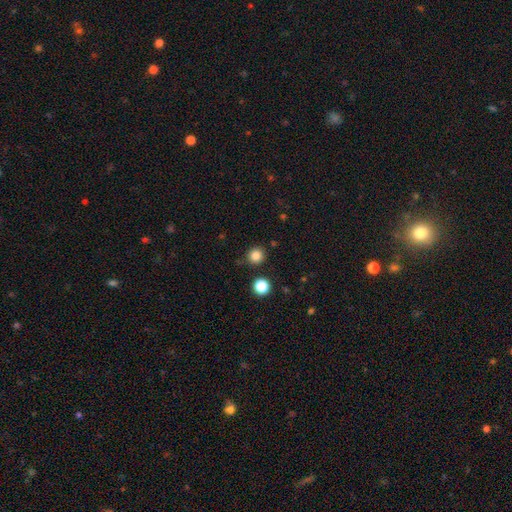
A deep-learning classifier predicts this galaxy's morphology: smooth 83%, star or artifact 13%, featured or disk 4%. Down the decision tree: how rounded — round (93%); merging — none (87%).